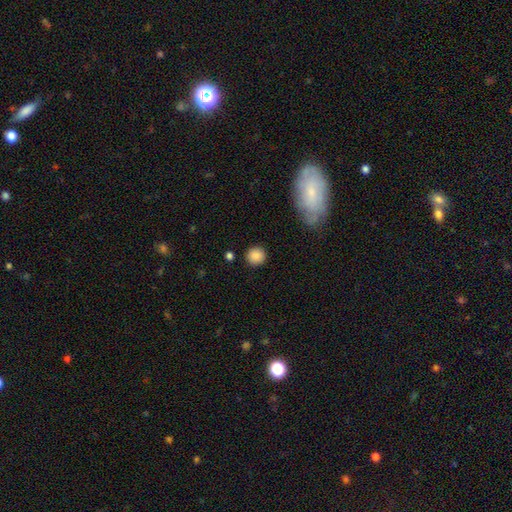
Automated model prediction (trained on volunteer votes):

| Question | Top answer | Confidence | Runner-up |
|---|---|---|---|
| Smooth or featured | smooth | 87% | star or artifact (9%) |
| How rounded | round | 92% | in between (7%) |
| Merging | none | 89% | minor disturbance (7%) |